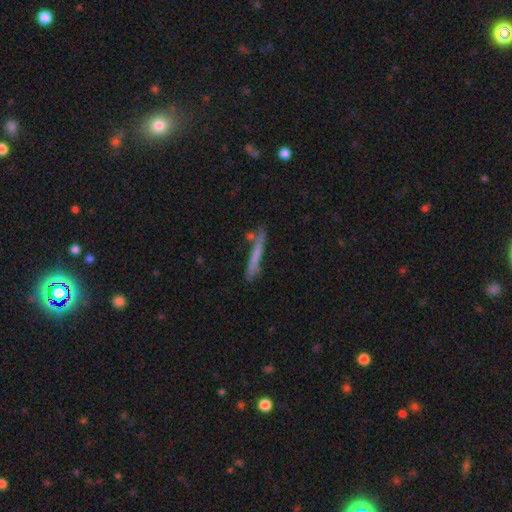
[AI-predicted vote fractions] This appears to be a smooth galaxy with no disk features (58%) that is cigar-shaped (96%). Merging: none (80%).